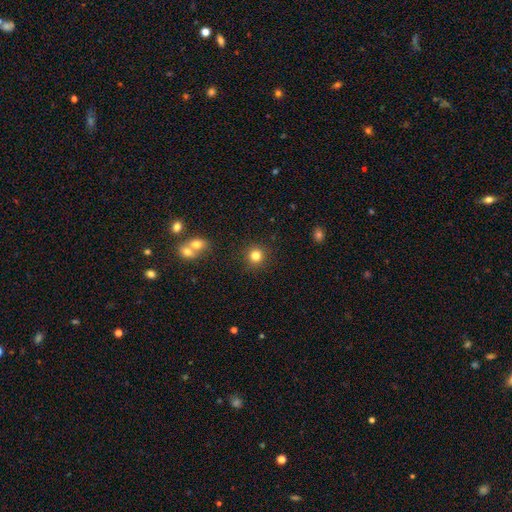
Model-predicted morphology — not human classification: smooth-or-featured: smooth: 81% | star or artifact: 13% | featured or disk: 6%
  how-rounded: round: 92% | in between: 7% | cigar-shaped: 1%
  merging: none: 88% | minor disturbance: 6% | merger: 3% | major disturbance: 2%